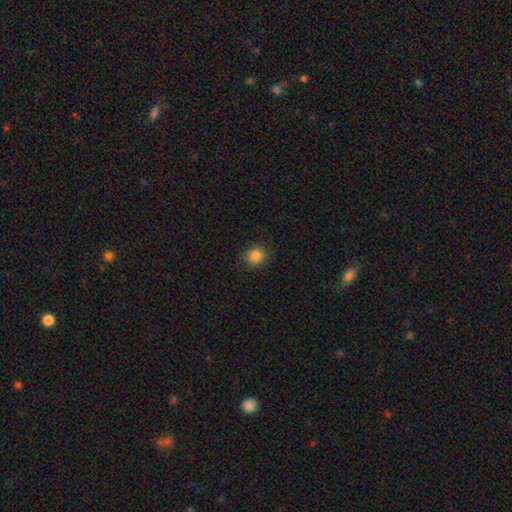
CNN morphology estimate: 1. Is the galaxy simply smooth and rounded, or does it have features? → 85% smooth, 11% star or artifact, 4% featured or disk.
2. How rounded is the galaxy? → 83% round, 16% in between, 1% cigar-shaped.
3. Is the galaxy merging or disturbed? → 87% none, 9% minor disturbance, 2% major disturbance, 1% merger.